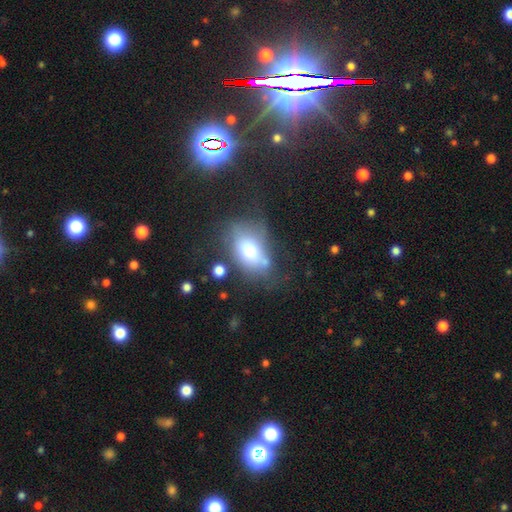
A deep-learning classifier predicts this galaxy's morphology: Overall: smooth (66%). How rounded: in between (81%). Merging: none (41%; minor disturbance 25%).